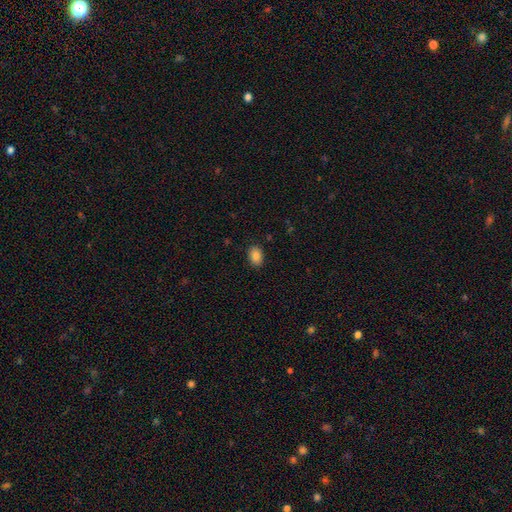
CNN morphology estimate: smooth 85%, star or artifact 9%, featured or disk 6%. Down the decision tree: how rounded — in between (79%); merging — none (88%).